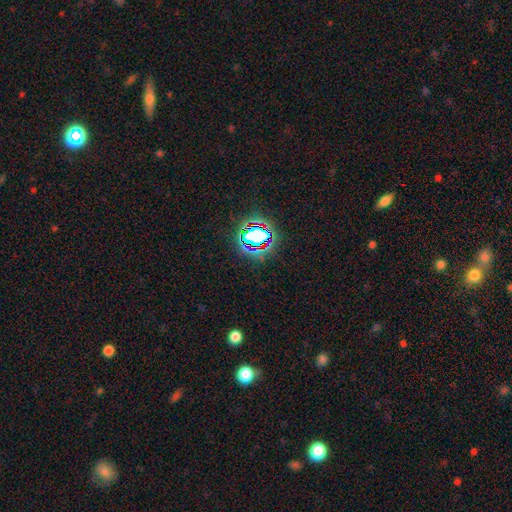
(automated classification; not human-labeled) Q: Smooth or featured?
A: star or artifact (78%); runner-up: smooth (14%)